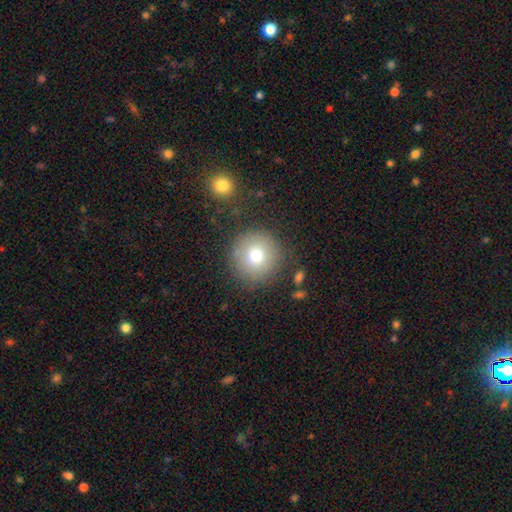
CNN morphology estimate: Smooth or featured?
  - smooth: 75% *
  - featured or disk: 13%
  - star or artifact: 12%
How rounded?
  - round: 95% *
  - in between: 4%
  - cigar-shaped: 1%
Merging?
  - none: 84% *
  - minor disturbance: 9%
  - major disturbance: 4%
  - merger: 3%